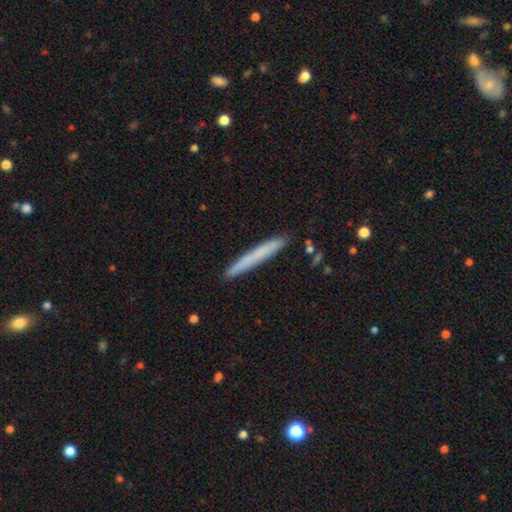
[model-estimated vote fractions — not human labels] The model was most divided on "smooth or featured": smooth: 65%, featured or disk: 28%, star or artifact: 7%. More confident: how rounded — cigar-shaped (97%); merging — none (90%).